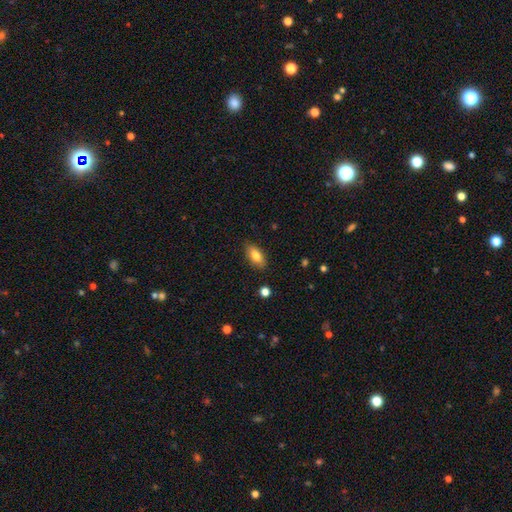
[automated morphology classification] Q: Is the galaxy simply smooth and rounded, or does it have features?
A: smooth — 80%.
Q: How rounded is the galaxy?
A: in between — 87%.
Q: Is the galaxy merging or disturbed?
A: none — 87%.